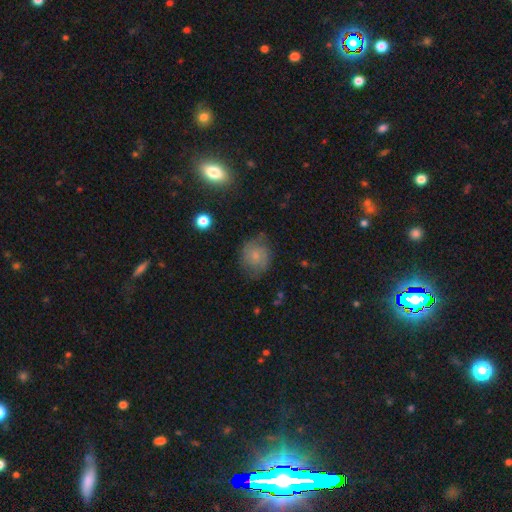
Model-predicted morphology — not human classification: This appears to be a smooth galaxy with no disk features (52%) that is round (76%). Merging: none (64%).